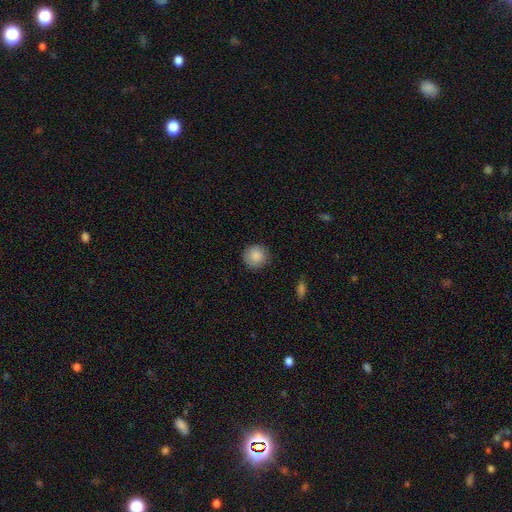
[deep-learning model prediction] Smooth or featured? Predicted: smooth (p=0.88). How rounded? Predicted: round (p=0.93). Merging? Predicted: none (p=0.86).